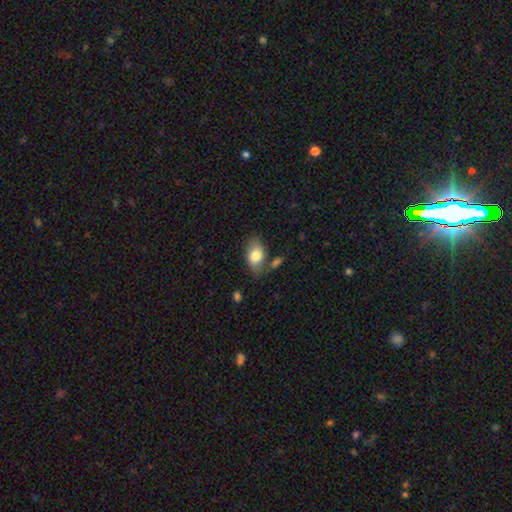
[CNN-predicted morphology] Overall: smooth (79%). How rounded: in between (90%). Merging: none (68%).